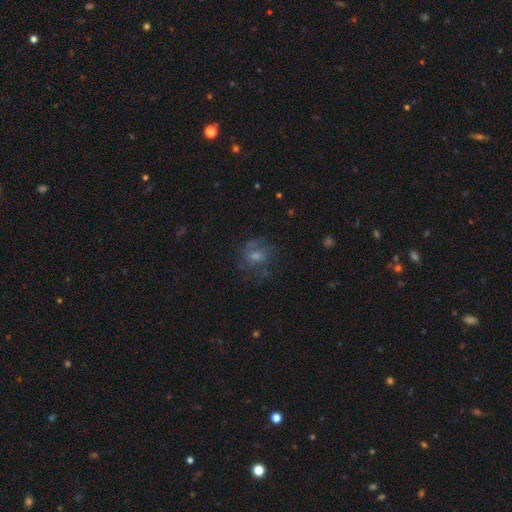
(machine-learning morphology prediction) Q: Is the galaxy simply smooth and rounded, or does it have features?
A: featured or disk — 40%.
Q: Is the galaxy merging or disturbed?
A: none — 66%.